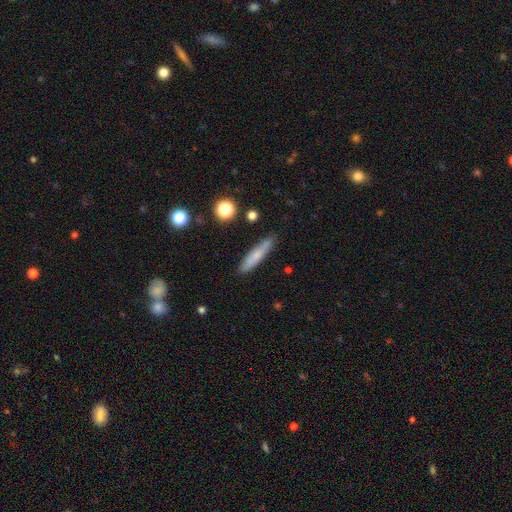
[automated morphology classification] smooth-or-featured: smooth: 66% | featured or disk: 27% | star or artifact: 7%
  how-rounded: cigar-shaped: 87% | in between: 11% | round: 2%
  merging: none: 82% | minor disturbance: 13% | merger: 3% | major disturbance: 2%